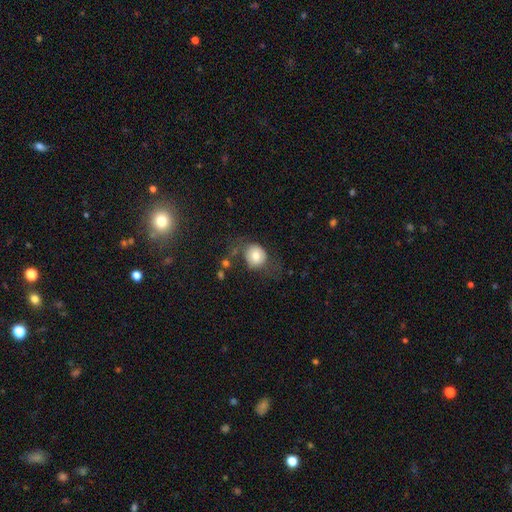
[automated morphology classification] A smooth galaxy with no disk features (69%) that is round (77%).

Vote fractions:
- Smooth or featured? smooth: 69% / featured or disk: 21% / star or artifact: 9%
- How rounded? round: 77% / in between: 22% / cigar-shaped: 1%
- Merging? none: 52% / major disturbance: 23% / minor disturbance: 22% / merger: 4%